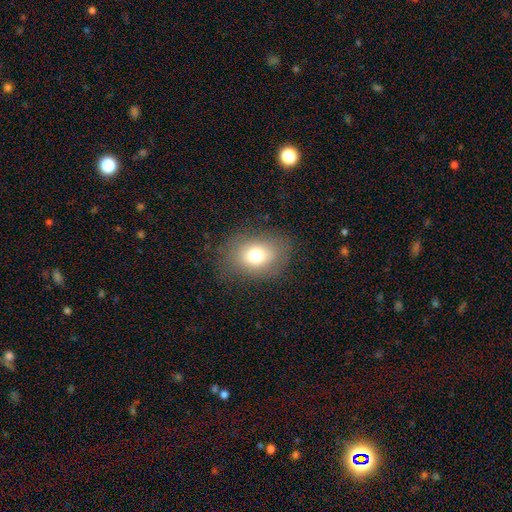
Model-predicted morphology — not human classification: Smooth or featured? Predicted: smooth (p=0.73). How rounded? Predicted: in between (p=0.64). Merging? Predicted: none (p=0.79).